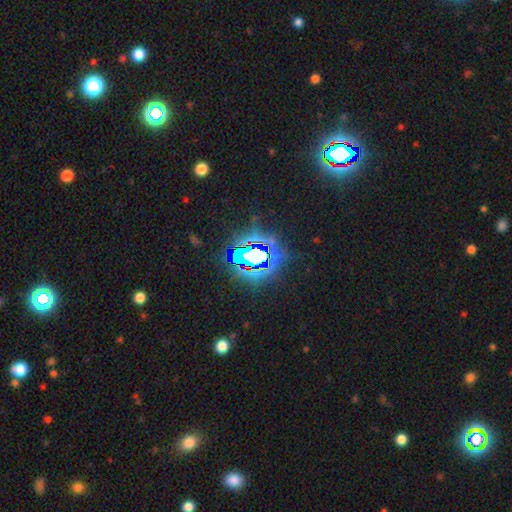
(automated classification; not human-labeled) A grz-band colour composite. It shows a star or artifact, not a galaxy (76%).